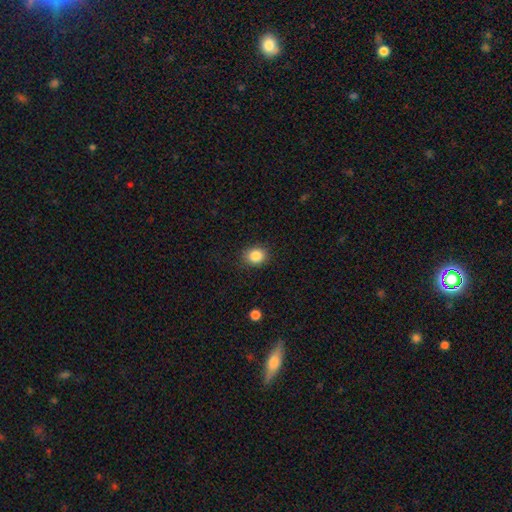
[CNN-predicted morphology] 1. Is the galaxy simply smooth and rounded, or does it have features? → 86% smooth, 10% star or artifact, 4% featured or disk.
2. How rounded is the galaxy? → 73% round, 26% in between, 1% cigar-shaped.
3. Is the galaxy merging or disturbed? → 87% none, 9% minor disturbance, 3% major disturbance, 1% merger.